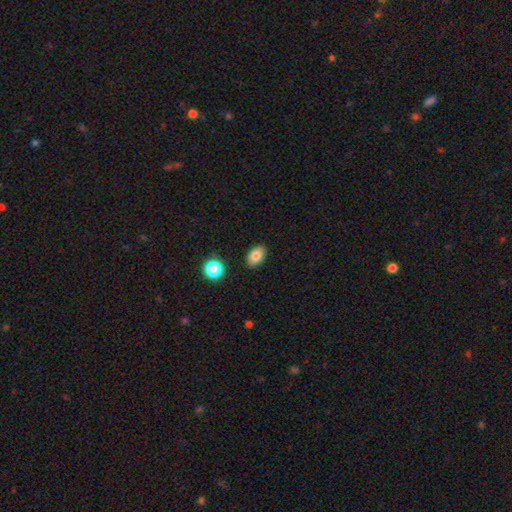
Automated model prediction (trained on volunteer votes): This appears to be a smooth galaxy with no disk features (82%) that is in between round and cigar-shaped (87%). Merging: none (87%).